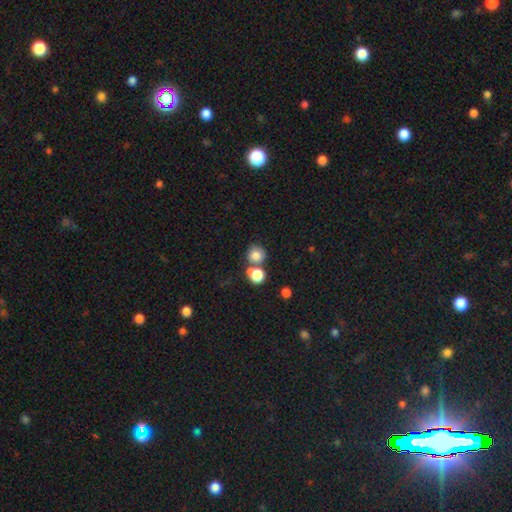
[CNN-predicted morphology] type=smooth (80%); roundness=round (88%); merging=none (55%).